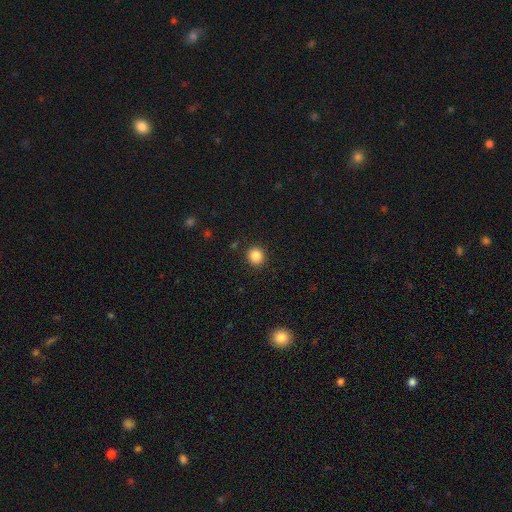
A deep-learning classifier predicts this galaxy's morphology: A smooth galaxy with no disk features (86%) that is round (87%). Merging: none (90%).